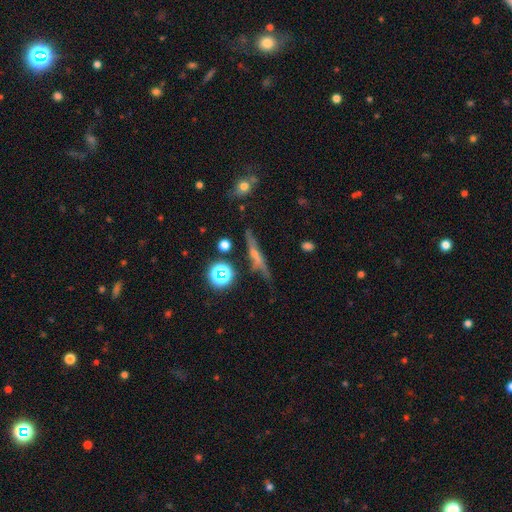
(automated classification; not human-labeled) The model was most divided on "smooth or featured": smooth: 45%, featured or disk: 39%, star or artifact: 16%. More confident: merging — none (66%).